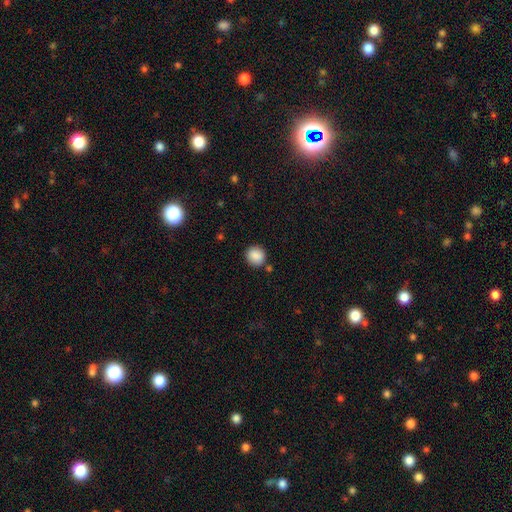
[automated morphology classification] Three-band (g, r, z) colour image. It shows a smooth galaxy with no disk features (88%) that is round (88%). Merging: none (84%).